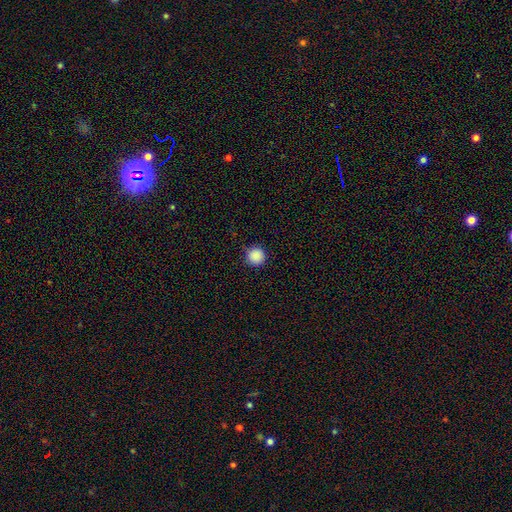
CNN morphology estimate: Smooth or featured? smooth (88%)
How rounded? round (96%)
Merging? none (90%)